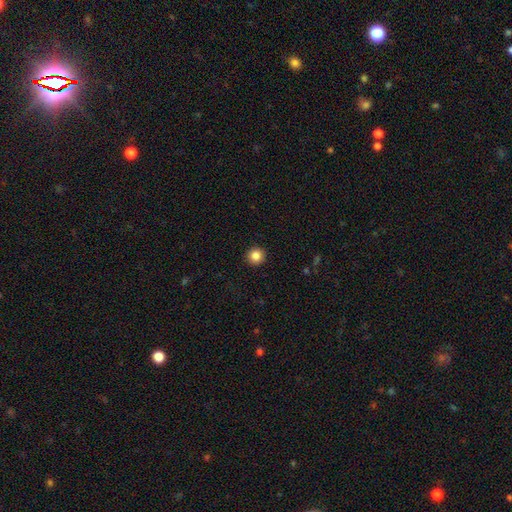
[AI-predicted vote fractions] Smooth or featured? smooth (85%)
How rounded? round (95%)
Merging? none (93%)